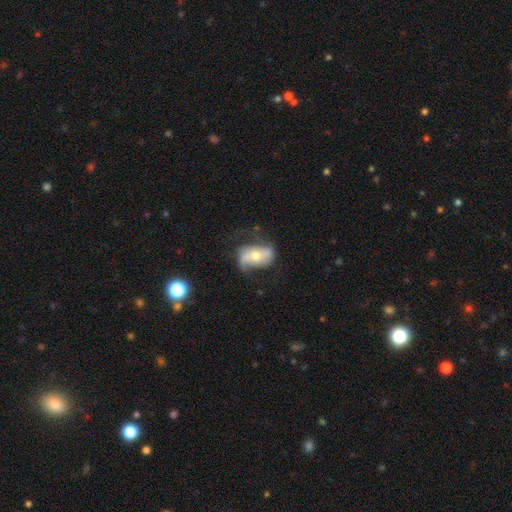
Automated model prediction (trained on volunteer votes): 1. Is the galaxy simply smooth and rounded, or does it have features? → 67% featured or disk, 26% smooth, 7% star or artifact.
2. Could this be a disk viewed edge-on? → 93% no, 7% yes.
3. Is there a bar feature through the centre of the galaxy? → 45% no, 29% weak, 26% strong.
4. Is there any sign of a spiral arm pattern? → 83% yes, 17% no.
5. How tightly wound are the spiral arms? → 59% loose, 29% medium, 12% tight.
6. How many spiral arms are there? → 83% 2, 8% can't tell, 5% 1, 2% 3, 1% 4, 1% more than 4.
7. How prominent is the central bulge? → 61% moderate, 32% small, 5% large, 1% none, 1% dominant.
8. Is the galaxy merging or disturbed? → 58% none, 25% minor disturbance, 15% major disturbance, 2% merger.